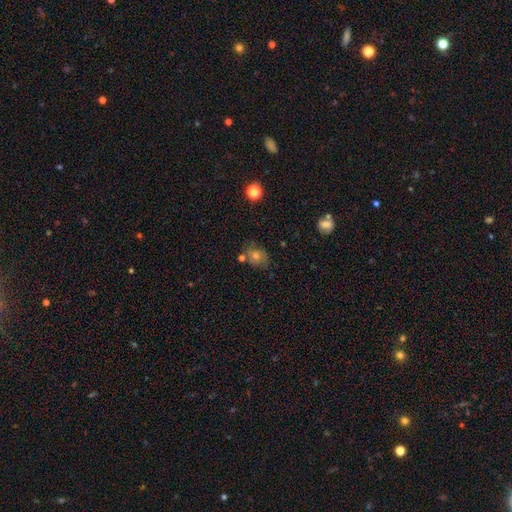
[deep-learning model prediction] This appears to be a smooth galaxy with no disk features (46%). Merging: none (69%).